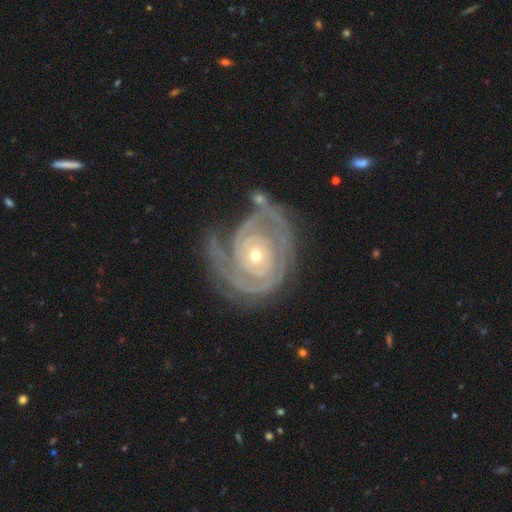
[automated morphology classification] Q: Smooth or featured?
A: featured or disk (90%); runner-up: smooth (5%)
Q: Edge-on disk?
A: no (97%); runner-up: yes (3%)
Q: Bar?
A: no (81%); runner-up: weak (13%)
Q: Spiral arms?
A: yes (96%); runner-up: no (4%)
Q: Spiral winding?
A: tight (82%); runner-up: medium (14%)
Q: Spiral arm count?
A: 2 (37%); runner-up: can't tell (22%)
Q: Bulge size?
A: small (59%); runner-up: moderate (37%)
Q: Merging?
A: none (59%); runner-up: minor disturbance (22%)